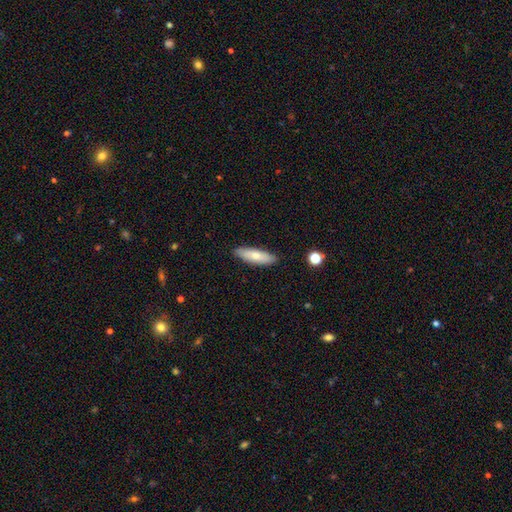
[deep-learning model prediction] Morphology: type=smooth (72%); roundness=cigar-shaped (52%); merging=none (86%).